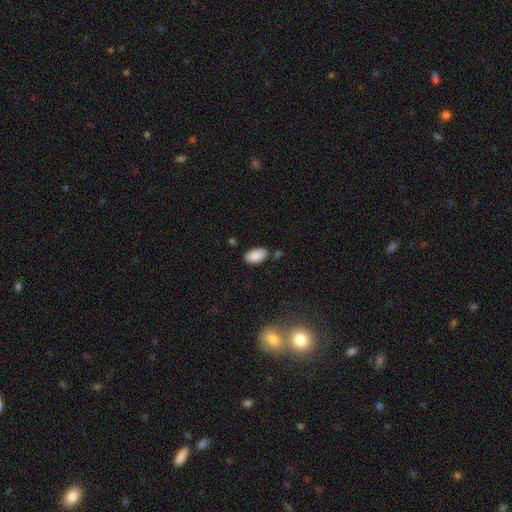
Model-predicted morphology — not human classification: Smooth or featured: smooth — 88% (star or artifact — 7%)
How rounded: in between — 95% (round — 3%)
Merging: none — 79% (minor disturbance — 14%)